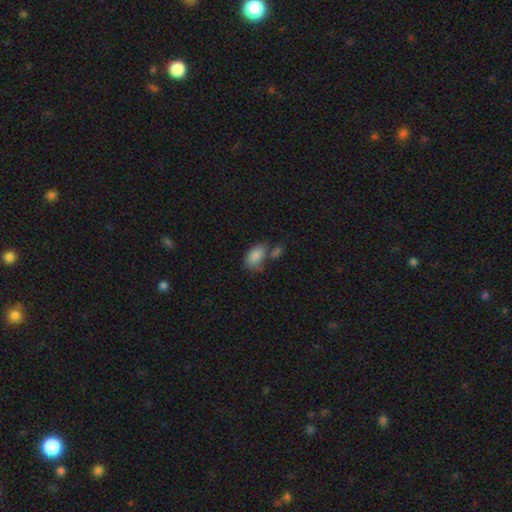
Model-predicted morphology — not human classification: smooth 85%, star or artifact 8%, featured or disk 7%. Down the decision tree: how rounded — in between (92%); merging — none (47%).